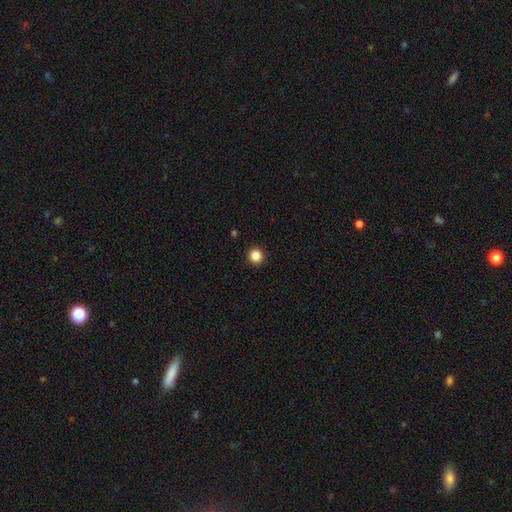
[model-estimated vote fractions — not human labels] Smooth or featured? smooth (86%)
How rounded? round (95%)
Merging? none (93%)